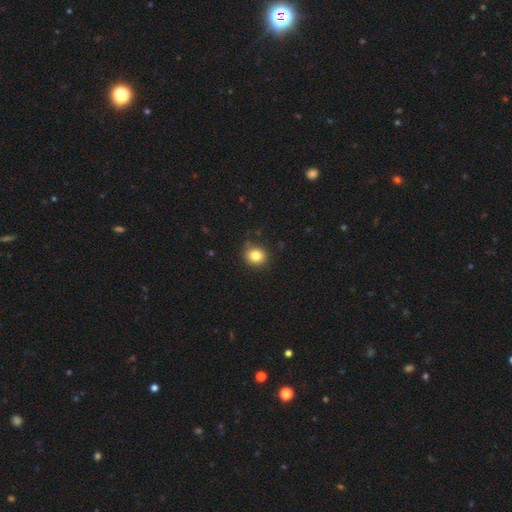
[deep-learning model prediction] smooth_or_featured: smooth (p=0.82) [alt: star or artifact p=0.11]
how_rounded: round (p=0.80) [alt: in between p=0.19]
merging: none (p=0.85) [alt: minor disturbance p=0.11]